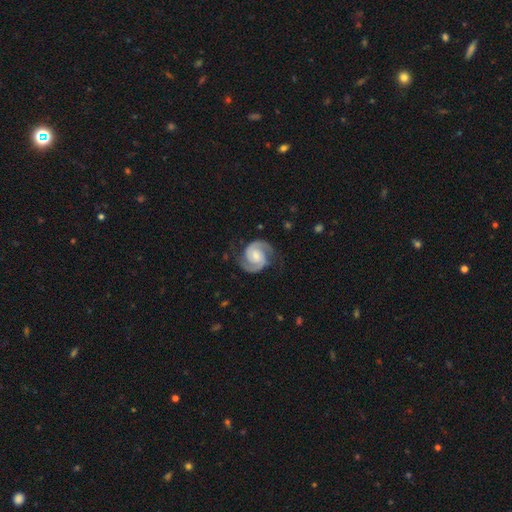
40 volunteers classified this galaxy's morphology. A featured or disk galaxy (95%) with no bar (47%), 2 (95%) tight (47%) spiral arms (100%) and a moderate central bulge (58%). Merging: none (72%).